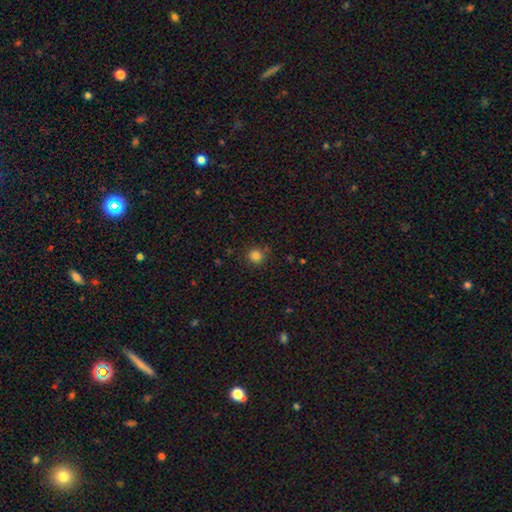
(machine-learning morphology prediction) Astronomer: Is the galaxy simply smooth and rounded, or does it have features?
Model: smooth — 83%.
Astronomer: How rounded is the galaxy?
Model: round — 91%.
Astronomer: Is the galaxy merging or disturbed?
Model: none — 85%.